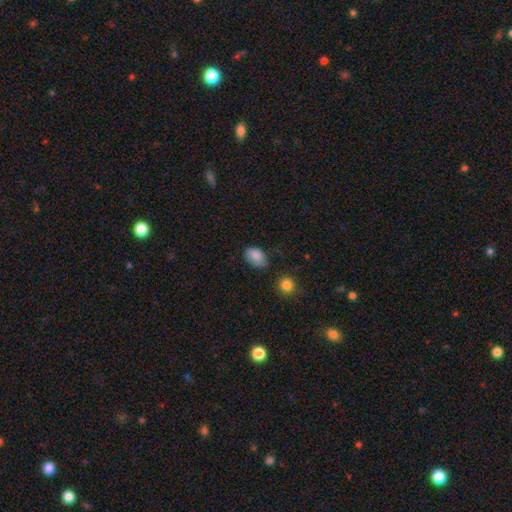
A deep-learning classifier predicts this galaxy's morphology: smooth_or_featured: smooth (p=0.85) [alt: star or artifact p=0.08]
how_rounded: in between (p=0.85) [alt: round p=0.14]
merging: none (p=0.64) [alt: minor disturbance p=0.28]